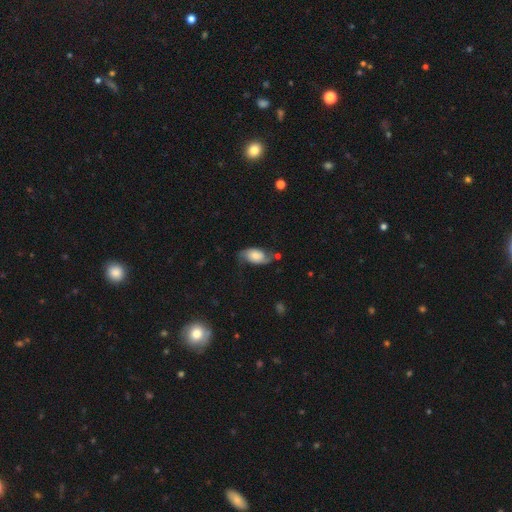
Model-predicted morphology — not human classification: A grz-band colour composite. It shows a featured or disk galaxy (49%). Merging: none (52%).